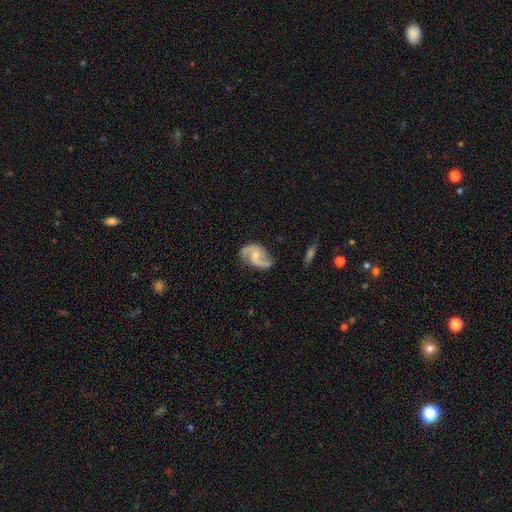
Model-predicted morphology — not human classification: Smooth or featured? featured or disk (85%)
Edge-on disk? no (98%)
Bar? no (50%)
Spiral arms? yes (96%)
Spiral winding? loose (46%)
Spiral arm count? 2 (90%)
Bulge size? small (47%)
Merging? none (66%)